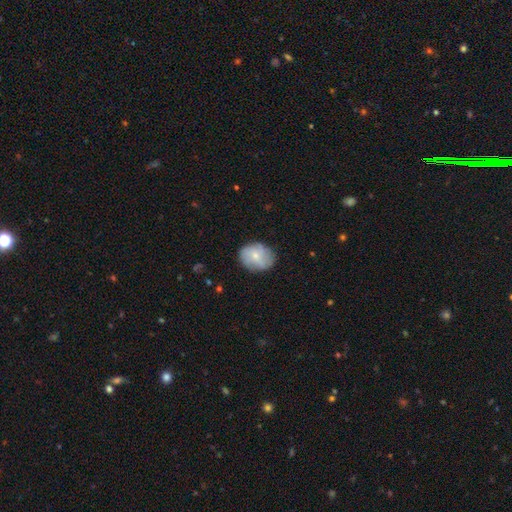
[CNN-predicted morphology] smooth_or_featured: smooth (p=0.56) [alt: featured or disk p=0.37]
how_rounded: in between (p=0.52) [alt: round p=0.47]
merging: none (p=0.75) [alt: minor disturbance p=0.18]